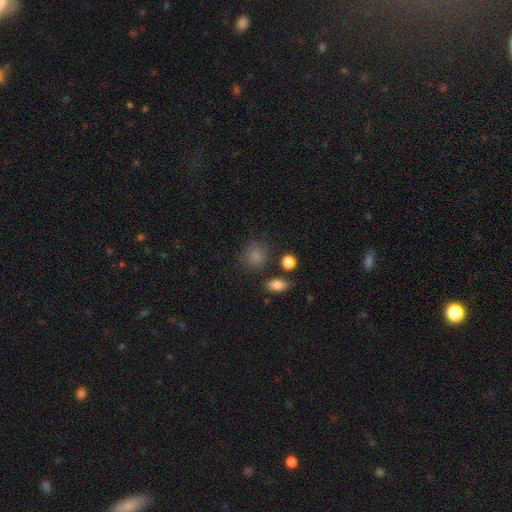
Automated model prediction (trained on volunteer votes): Smooth or featured? smooth (83%)
How rounded? round (81%)
Merging? none (72%)